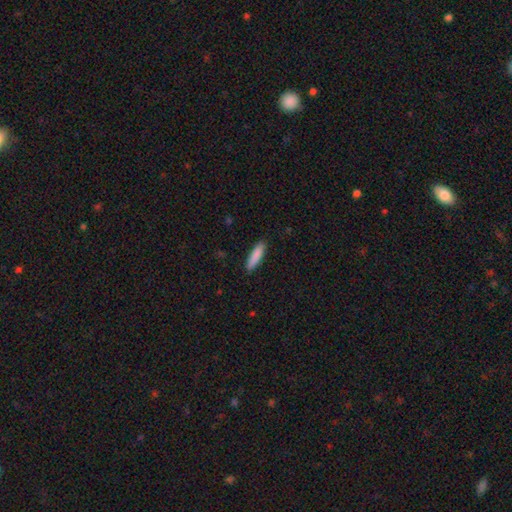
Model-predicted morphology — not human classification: This appears to be a smooth galaxy with no disk features (87%) that is cigar-shaped (77%). Merging: none (89%).